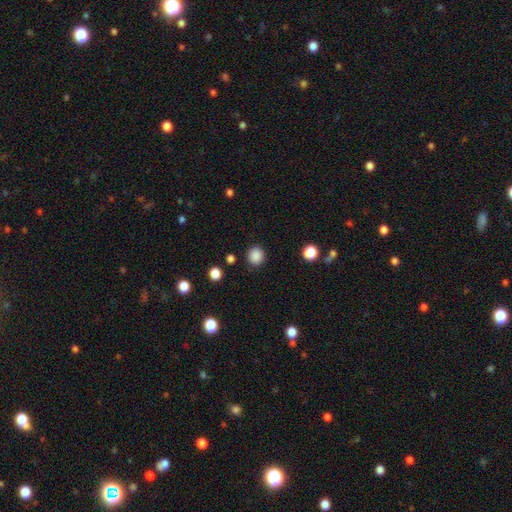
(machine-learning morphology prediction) Smooth or featured?
  - smooth: 86% *
  - star or artifact: 11%
  - featured or disk: 3%
How rounded?
  - round: 86% *
  - in between: 13%
  - cigar-shaped: 1%
Merging?
  - none: 88% *
  - minor disturbance: 7%
  - major disturbance: 3%
  - merger: 2%